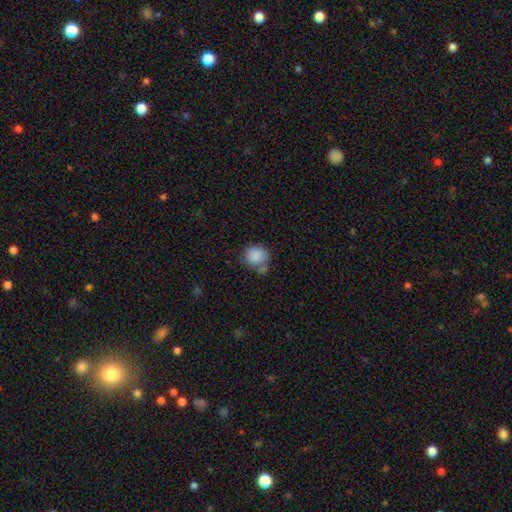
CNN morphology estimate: type=smooth (86%); roundness=round (79%); merging=none (51%).